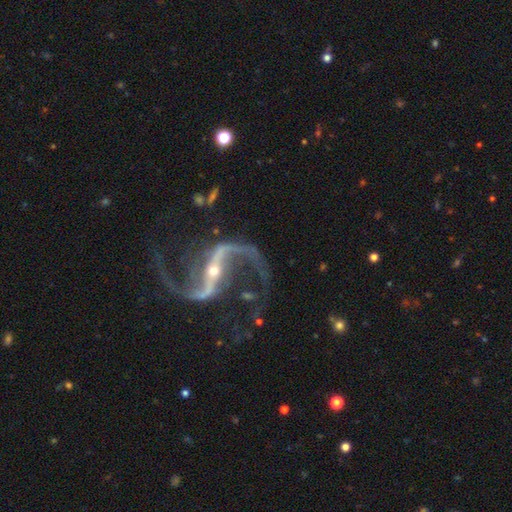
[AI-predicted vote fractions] Q: Smooth or featured?
A: featured or disk (94%); runner-up: star or artifact (4%)
Q: Edge-on disk?
A: no (97%); runner-up: yes (3%)
Q: Bar?
A: strong (67%); runner-up: weak (20%)
Q: Spiral arms?
A: yes (98%); runner-up: no (2%)
Q: Spiral winding?
A: loose (73%); runner-up: medium (21%)
Q: Spiral arm count?
A: 2 (95%); runner-up: 1 (1%)
Q: Bulge size?
A: small (75%); runner-up: moderate (22%)
Q: Merging?
A: none (74%); runner-up: minor disturbance (12%)